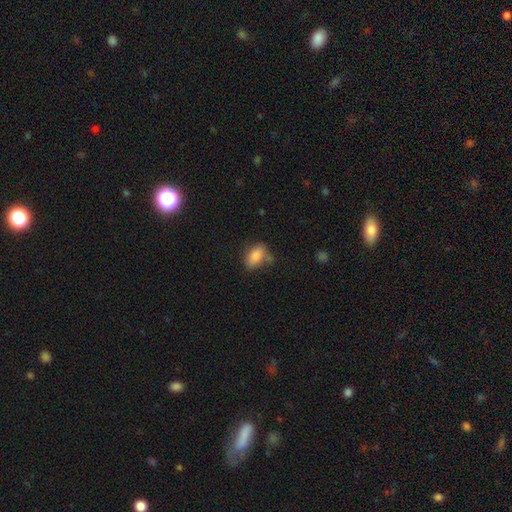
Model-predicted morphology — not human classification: Smooth or featured: smooth — 84% (featured or disk — 8%)
How rounded: in between — 88% (round — 8%)
Merging: none — 65% (minor disturbance — 22%)